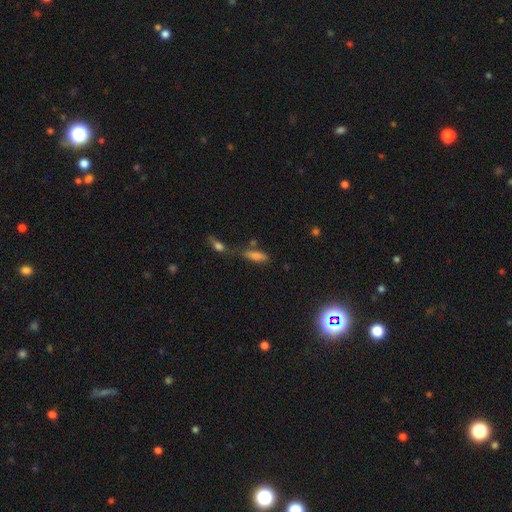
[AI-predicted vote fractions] smooth-or-featured: smooth: 75% | featured or disk: 13% | star or artifact: 12%
  how-rounded: in between: 54% | cigar-shaped: 43% | round: 3%
  merging: none: 45% | merger: 31% | minor disturbance: 17% | major disturbance: 8%